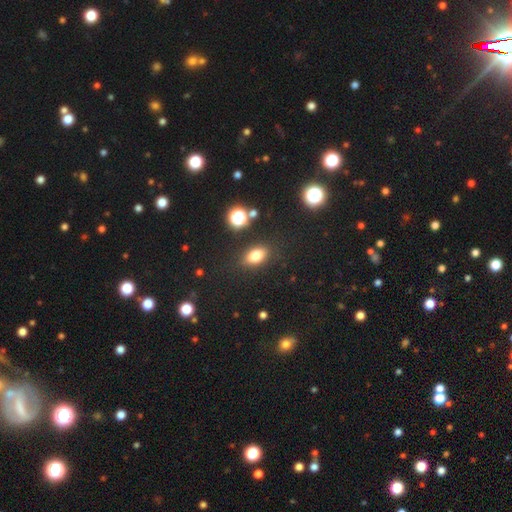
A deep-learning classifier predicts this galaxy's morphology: smooth-or-featured: smooth: 76% | star or artifact: 14% | featured or disk: 10%
  how-rounded: in between: 78% | round: 17% | cigar-shaped: 5%
  merging: none: 84% | minor disturbance: 10% | major disturbance: 3% | merger: 3%